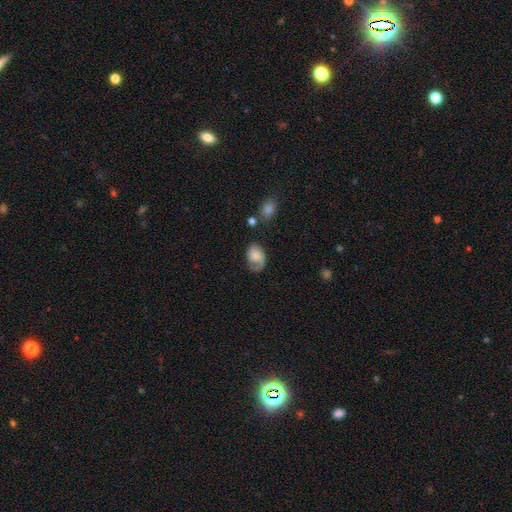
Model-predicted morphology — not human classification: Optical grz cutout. It shows a smooth galaxy with no disk features (49%). Merging: none (47%).